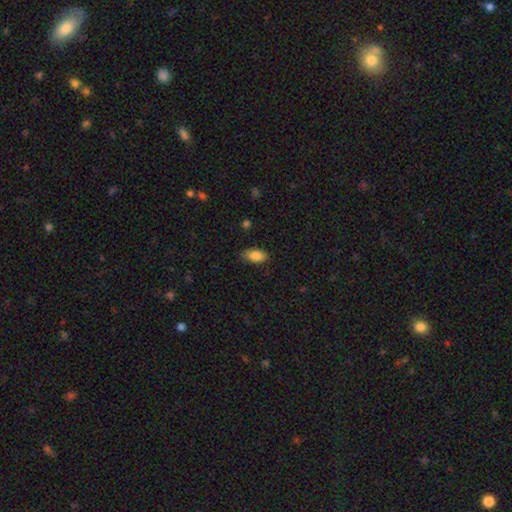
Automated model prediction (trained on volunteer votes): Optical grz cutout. It shows a smooth galaxy with no disk features (85%) that is in between round and cigar-shaped (90%). Merging: none (79%).